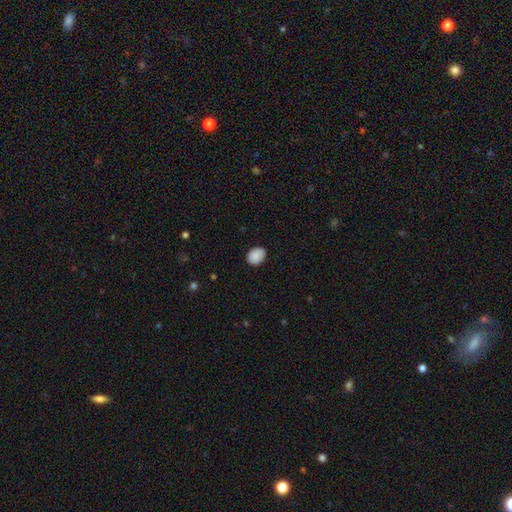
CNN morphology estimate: Smooth or featured? Predicted: smooth (p=0.88). How rounded? Predicted: in between (p=0.54). Merging? Predicted: none (p=0.84).